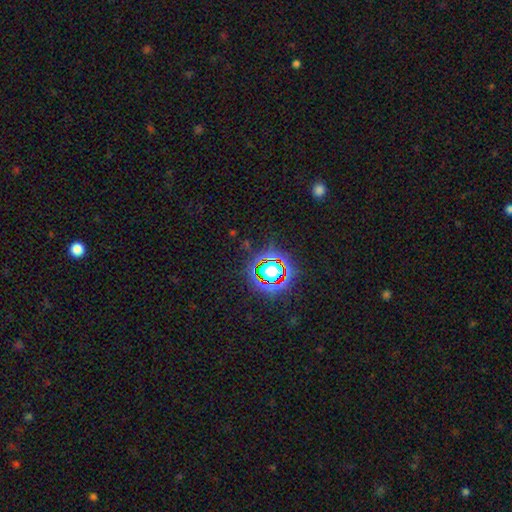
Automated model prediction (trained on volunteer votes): Morphology: type=star or artifact (77%).